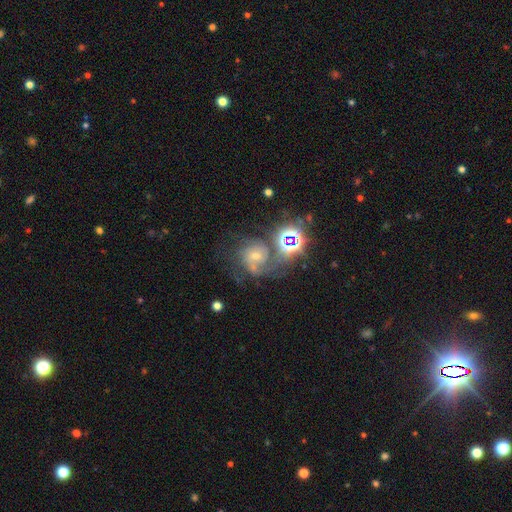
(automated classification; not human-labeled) Overall: featured or disk (65%). Edge-on disk: no (97%). Bar: no (61%; weak 30%). Spiral arms: yes (93%). Spiral arm count: 2 (41%; can't tell 26%). Spiral winding: medium (44%; tight 43%). Bulge size: small (52%; moderate 40%). Merging: none (49%; major disturbance 18%).